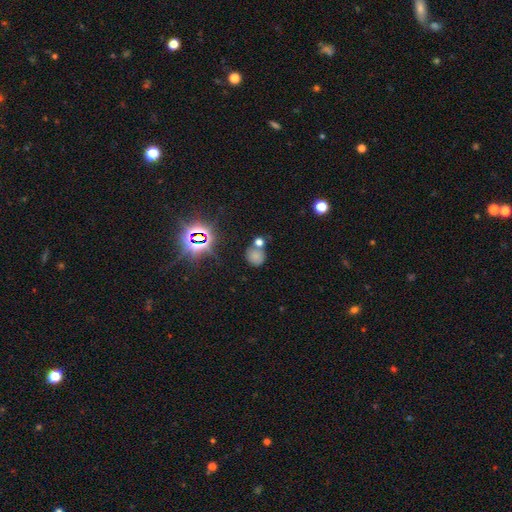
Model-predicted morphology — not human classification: Smooth or featured?
  - smooth: 67% *
  - star or artifact: 23%
  - featured or disk: 9%
How rounded?
  - round: 80% *
  - in between: 19%
  - cigar-shaped: 1%
Merging?
  - none: 54% *
  - merger: 30%
  - minor disturbance: 12%
  - major disturbance: 5%